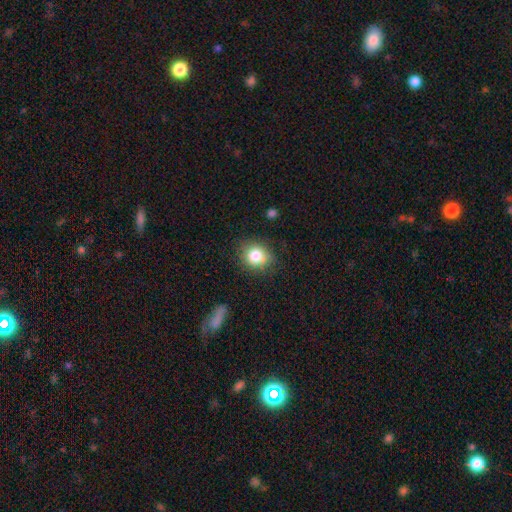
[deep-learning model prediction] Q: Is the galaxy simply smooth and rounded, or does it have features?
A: smooth — 79%.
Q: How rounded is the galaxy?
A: round — 70%.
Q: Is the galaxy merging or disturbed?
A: none — 78%.